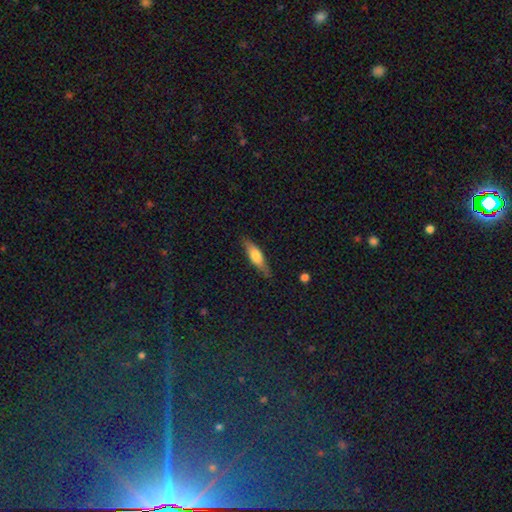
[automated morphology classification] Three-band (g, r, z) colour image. It shows a smooth galaxy with no disk features (60%) that is cigar-shaped (62%). Merging: none (81%).